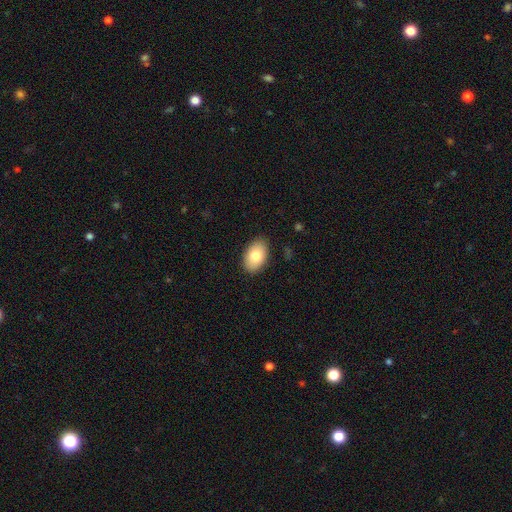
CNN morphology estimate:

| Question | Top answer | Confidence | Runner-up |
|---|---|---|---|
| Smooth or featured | smooth | 80% | featured or disk (14%) |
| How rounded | in between | 92% | round (7%) |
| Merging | none | 87% | minor disturbance (10%) |